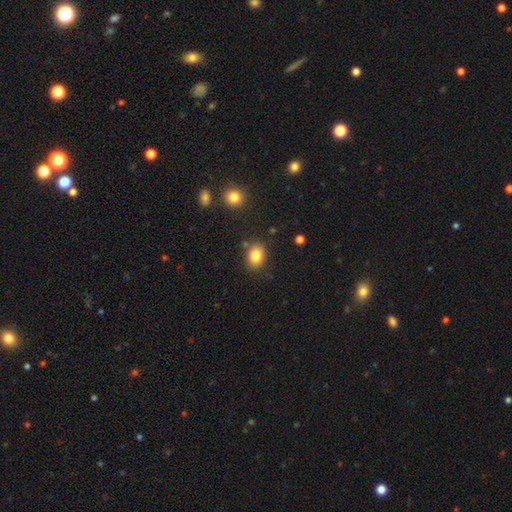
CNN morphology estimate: Smooth or featured?
  - smooth: 83% *
  - star or artifact: 9%
  - featured or disk: 7%
How rounded?
  - in between: 67% *
  - round: 32%
  - cigar-shaped: 1%
Merging?
  - none: 80% *
  - minor disturbance: 12%
  - merger: 5%
  - major disturbance: 3%